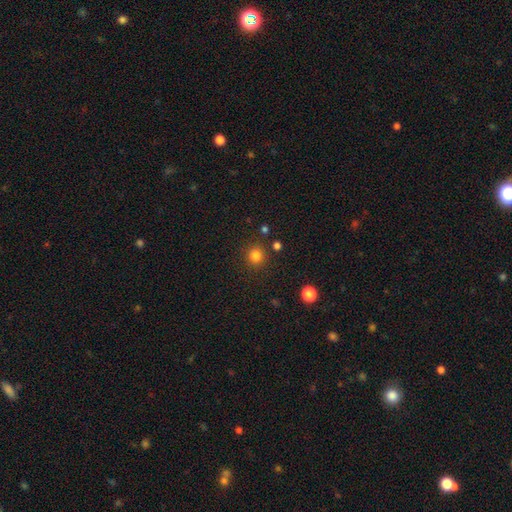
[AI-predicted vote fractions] A smooth galaxy with no disk features (82%) that is round (91%). Merging: none (87%).